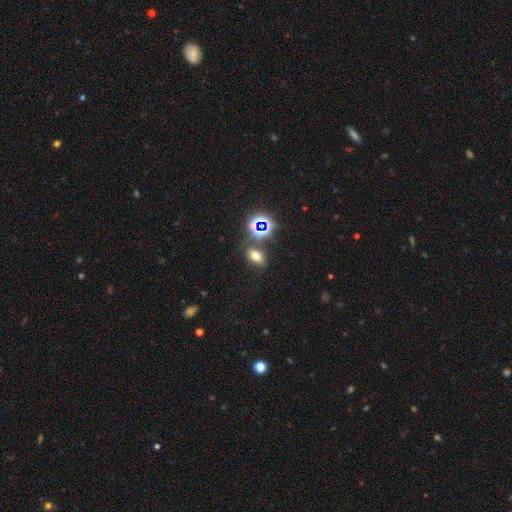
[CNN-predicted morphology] Smooth or featured? smooth (59%)
How rounded? in between (78%)
Merging? none (74%)